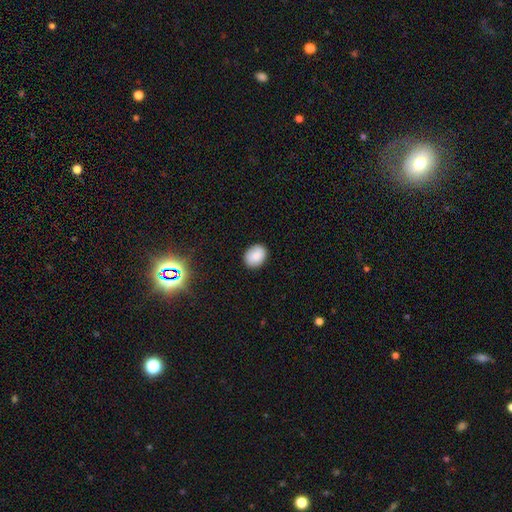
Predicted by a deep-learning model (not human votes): Smooth or featured? Predicted: smooth (p=0.88). How rounded? Predicted: in between (p=0.62). Merging? Predicted: none (p=0.87).